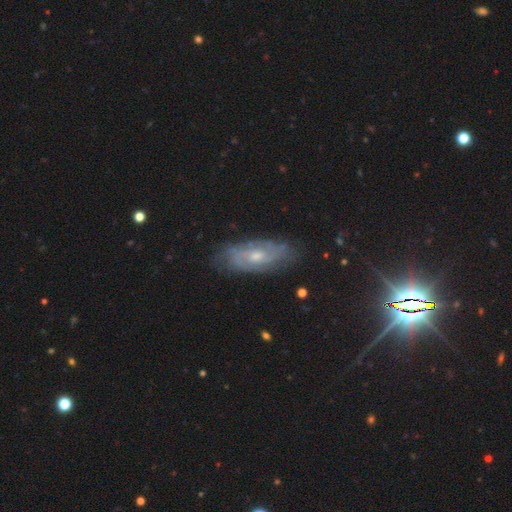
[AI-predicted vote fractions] A featured or disk galaxy (71%) with no bar (59%), tight (56%) spiral arms (83%) and a moderate central bulge (50%). Merging: none (78%).